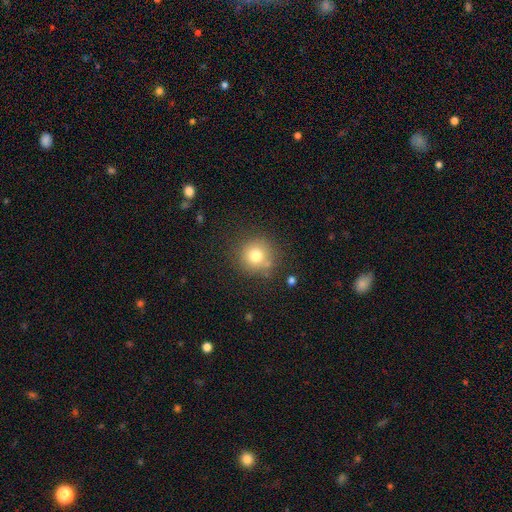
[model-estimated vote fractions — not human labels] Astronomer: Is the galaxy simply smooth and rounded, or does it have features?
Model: smooth — 76%.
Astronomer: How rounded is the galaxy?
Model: round — 93%.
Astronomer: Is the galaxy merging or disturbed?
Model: none — 79%.